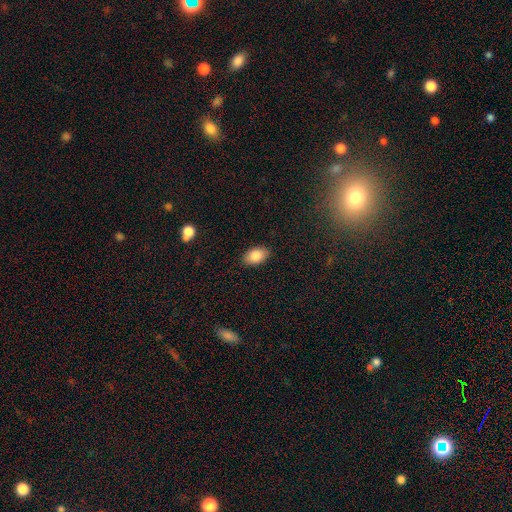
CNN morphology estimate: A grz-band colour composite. It shows a smooth galaxy with no disk features (83%) that is in between round and cigar-shaped (91%). Merging: none (88%).